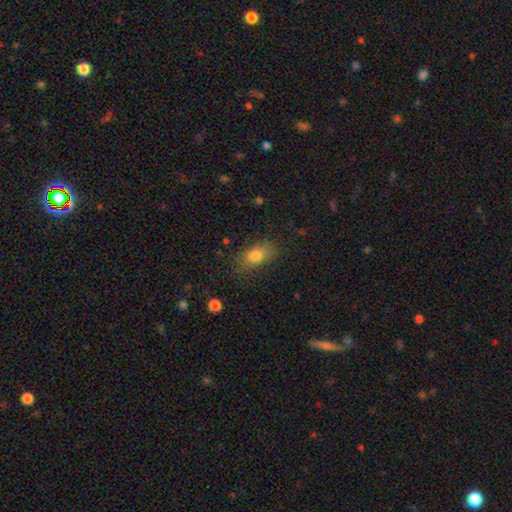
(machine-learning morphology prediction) Overall: smooth (80%). How rounded: in between (83%). Merging: none (74%).